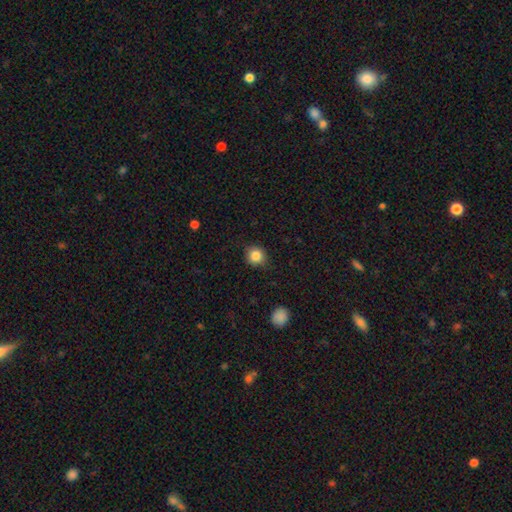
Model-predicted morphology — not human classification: Smooth or featured: smooth — 85% (star or artifact — 10%)
How rounded: round — 88% (in between — 11%)
Merging: none — 87% (minor disturbance — 10%)